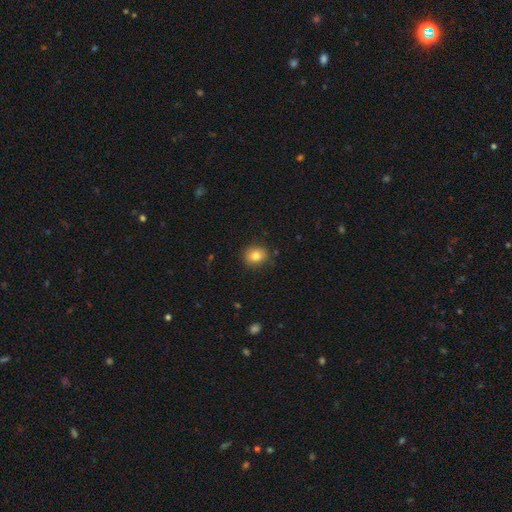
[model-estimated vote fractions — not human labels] smooth-or-featured: smooth: 82% | star or artifact: 10% | featured or disk: 8%
  how-rounded: round: 65% | in between: 34% | cigar-shaped: 1%
  merging: none: 85% | minor disturbance: 11% | major disturbance: 3% | merger: 1%